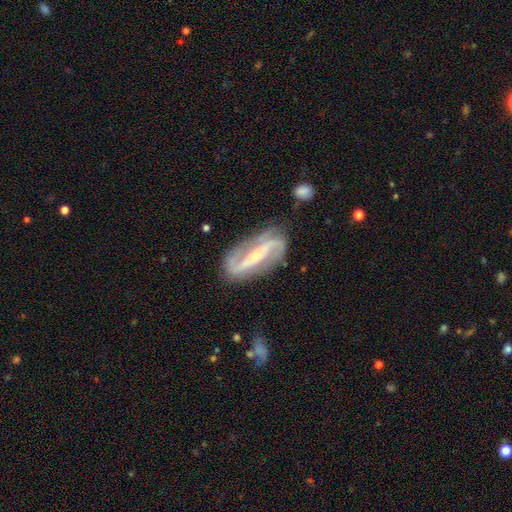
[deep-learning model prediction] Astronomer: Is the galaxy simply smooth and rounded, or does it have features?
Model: featured or disk — 89%.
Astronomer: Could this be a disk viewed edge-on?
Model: no — 91%.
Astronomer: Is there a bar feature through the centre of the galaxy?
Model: strong — 64%.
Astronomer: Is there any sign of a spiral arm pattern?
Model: yes — 94%.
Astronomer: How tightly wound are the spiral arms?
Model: loose — 39% (runner-up: medium, 37%).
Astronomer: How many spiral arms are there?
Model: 2 — 90%.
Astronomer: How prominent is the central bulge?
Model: small — 67%.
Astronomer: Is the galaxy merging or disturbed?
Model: none — 79%.